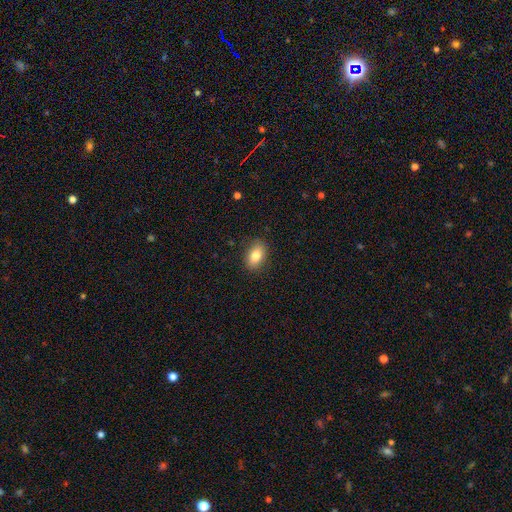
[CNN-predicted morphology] This is clearly a smooth galaxy (82%). How rounded: clearly in between (86%). Merging: clearly none (87%).